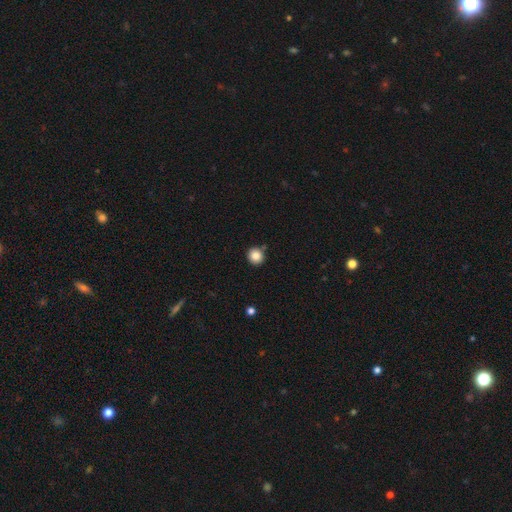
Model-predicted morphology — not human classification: A smooth galaxy with no disk features (85%) that is round (90%). Merging: none (85%).